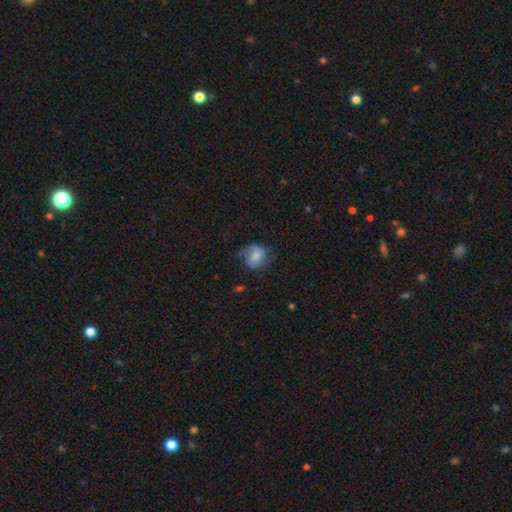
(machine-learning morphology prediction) A smooth galaxy with no disk features (58%) that is round (54%). Merging: none (57%).